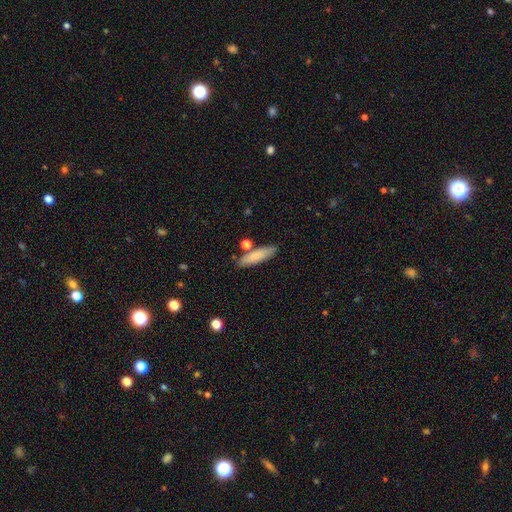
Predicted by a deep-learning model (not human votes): Q: Smooth or featured?
A: smooth (82%); runner-up: featured or disk (12%)
Q: How rounded?
A: cigar-shaped (64%); runner-up: in between (34%)
Q: Merging?
A: none (79%); runner-up: minor disturbance (11%)